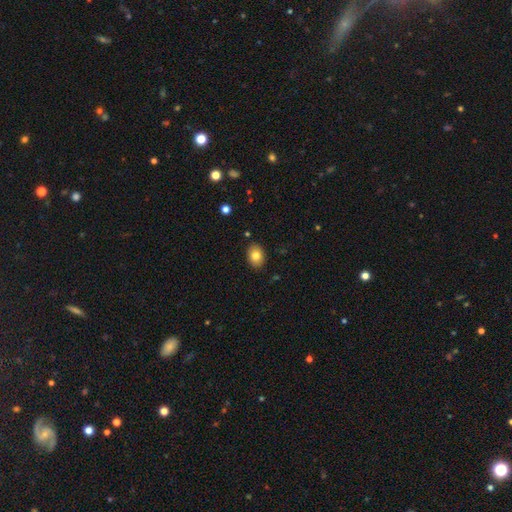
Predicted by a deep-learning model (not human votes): A smooth galaxy with no disk features (81%) that is in between round and cigar-shaped (72%).

Vote fractions:
- Smooth or featured? smooth: 81% / featured or disk: 10% / star or artifact: 9%
- How rounded? in between: 72% / round: 27% / cigar-shaped: 1%
- Merging? none: 88% / minor disturbance: 9% / major disturbance: 2% / merger: 1%